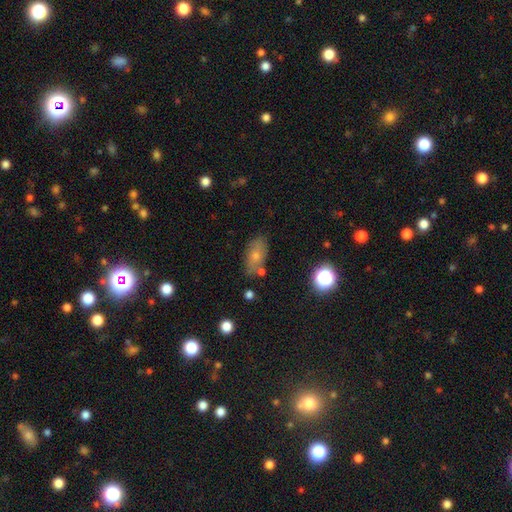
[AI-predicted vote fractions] The model was most divided on "smooth or featured": smooth: 68%, featured or disk: 21%, star or artifact: 11%. More confident: how rounded — in between (87%); merging — none (69%).